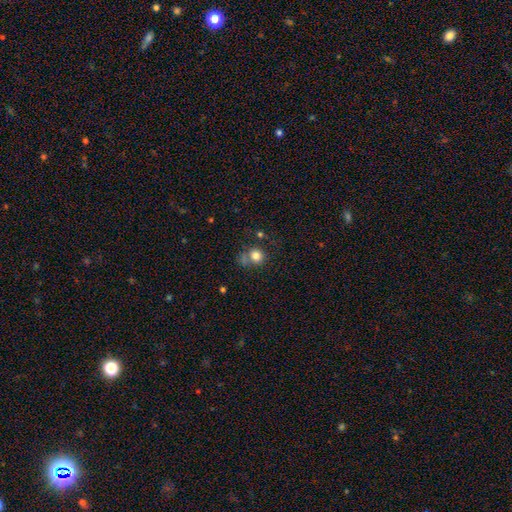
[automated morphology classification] A smooth galaxy with no disk features (80%) that is round (84%).

Vote fractions:
- Smooth or featured? smooth: 80% / star or artifact: 12% / featured or disk: 9%
- How rounded? round: 84% / in between: 15% / cigar-shaped: 1%
- Merging? none: 58% / merger: 17% / minor disturbance: 16% / major disturbance: 9%